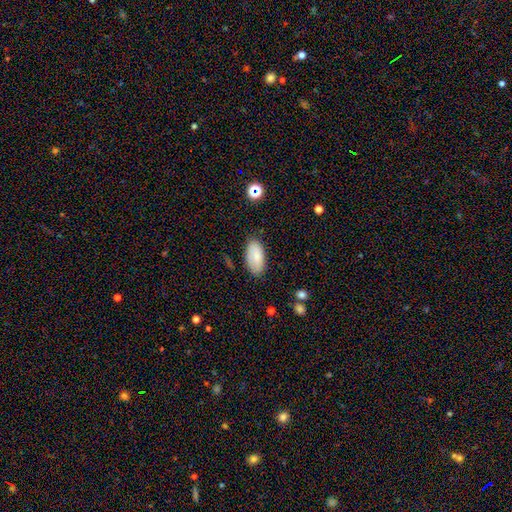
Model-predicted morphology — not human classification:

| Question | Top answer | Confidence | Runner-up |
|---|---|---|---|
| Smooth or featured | smooth | 83% | featured or disk (10%) |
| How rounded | in between | 94% | cigar-shaped (4%) |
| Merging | none | 81% | minor disturbance (14%) |